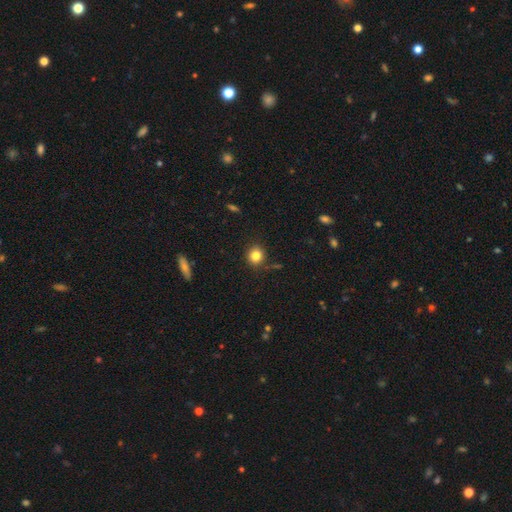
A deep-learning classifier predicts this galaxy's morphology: type=smooth (82%); roundness=round (86%); merging=none (88%).